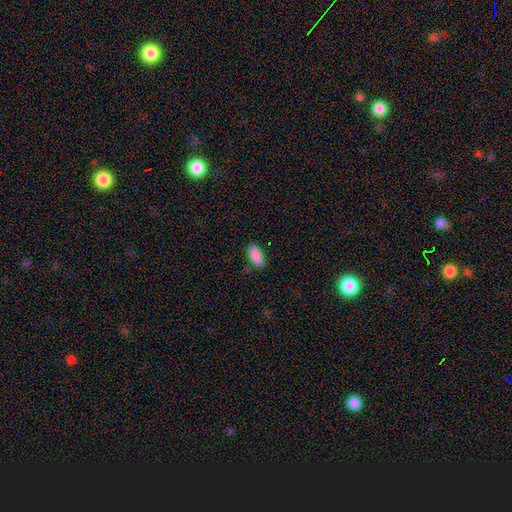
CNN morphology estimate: smooth_or_featured: smooth (p=0.90) [alt: star or artifact p=0.07]
how_rounded: in between (p=0.94) [alt: cigar-shaped p=0.04]
merging: none (p=0.84) [alt: minor disturbance p=0.12]